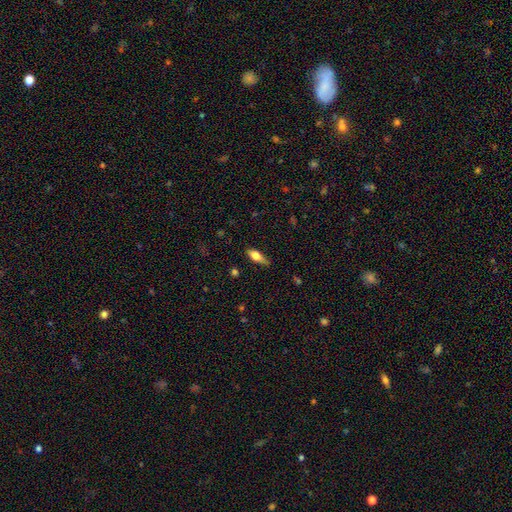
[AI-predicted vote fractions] Smooth or featured? Predicted: smooth (p=0.65). How rounded? Predicted: in between (p=0.64). Merging? Predicted: none (p=0.76).